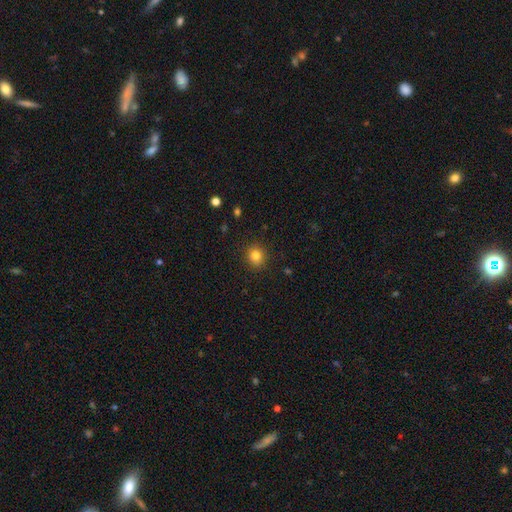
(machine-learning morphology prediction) smooth-or-featured: smooth: 82% | star or artifact: 12% | featured or disk: 6%
  how-rounded: round: 86% | in between: 13% | cigar-shaped: 1%
  merging: none: 90% | minor disturbance: 7% | major disturbance: 2% | merger: 1%